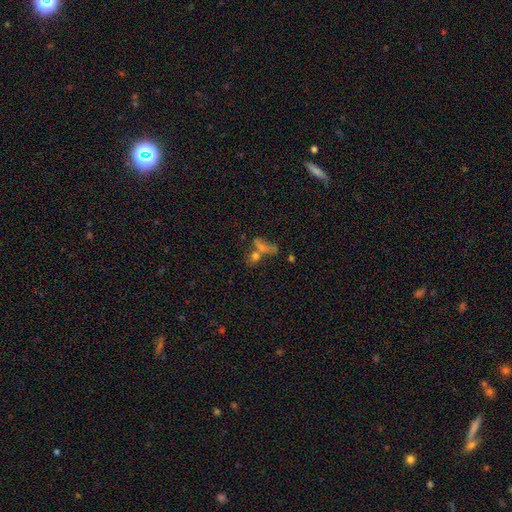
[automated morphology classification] Overall: smooth (54%; star or artifact 23%). How rounded: in between (42%; round 39%). Merging: merger (40%; none 38%).